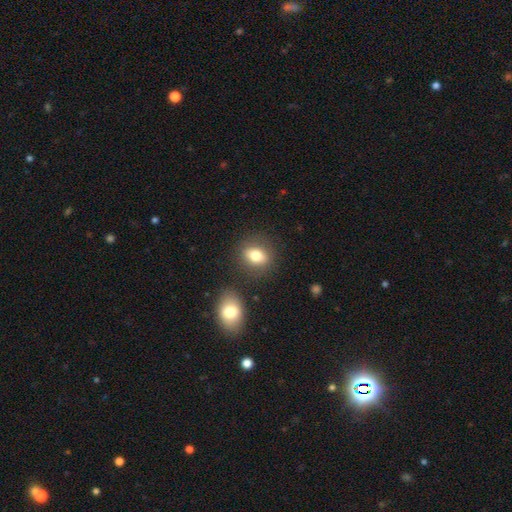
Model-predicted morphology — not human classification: type=smooth (77%); roundness=in between (57%); merging=none (80%).